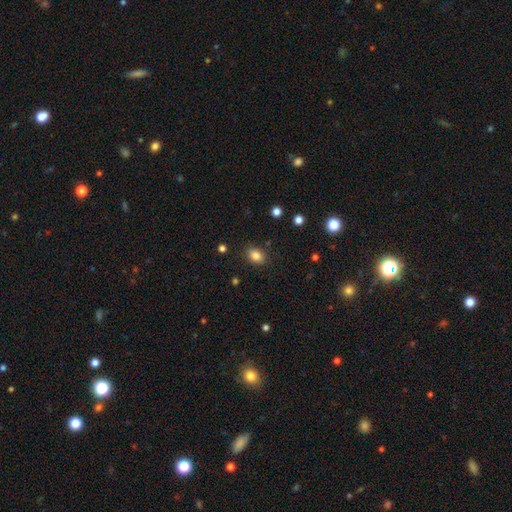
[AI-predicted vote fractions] A smooth galaxy with no disk features (84%) that is in between round and cigar-shaped (65%).

Vote fractions:
- Smooth or featured? smooth: 84% / star or artifact: 11% / featured or disk: 6%
- How rounded? in between: 65% / round: 34% / cigar-shaped: 1%
- Merging? none: 86% / minor disturbance: 10% / major disturbance: 3% / merger: 2%